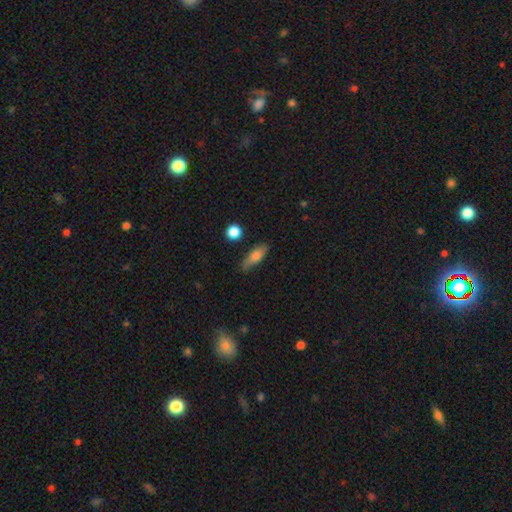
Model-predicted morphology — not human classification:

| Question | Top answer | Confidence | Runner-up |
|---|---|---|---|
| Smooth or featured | smooth | 68% | featured or disk (24%) |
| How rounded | in between | 66% | cigar-shaped (29%) |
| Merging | none | 65% | minor disturbance (26%) |